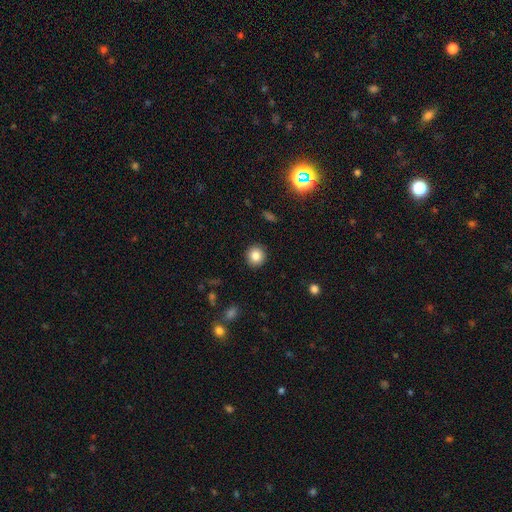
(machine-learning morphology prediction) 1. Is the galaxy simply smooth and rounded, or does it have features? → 84% smooth, 10% star or artifact, 6% featured or disk.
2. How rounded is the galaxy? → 92% round, 7% in between, 1% cigar-shaped.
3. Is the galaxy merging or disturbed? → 92% none, 6% minor disturbance, 2% major disturbance, 1% merger.